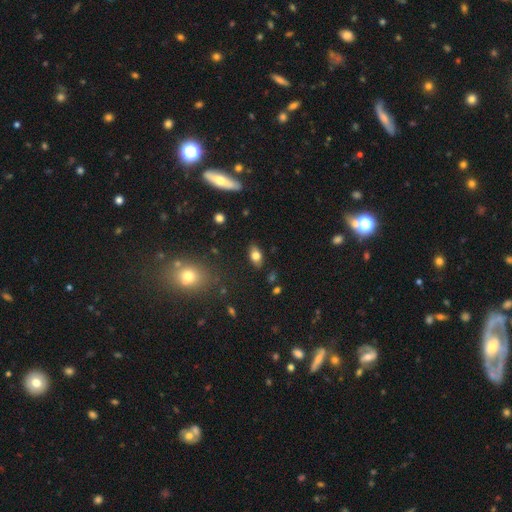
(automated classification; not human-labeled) Smooth or featured?
  - smooth: 75% *
  - featured or disk: 16%
  - star or artifact: 9%
How rounded?
  - in between: 87% *
  - round: 9%
  - cigar-shaped: 4%
Merging?
  - none: 84% *
  - minor disturbance: 11%
  - major disturbance: 3%
  - merger: 2%